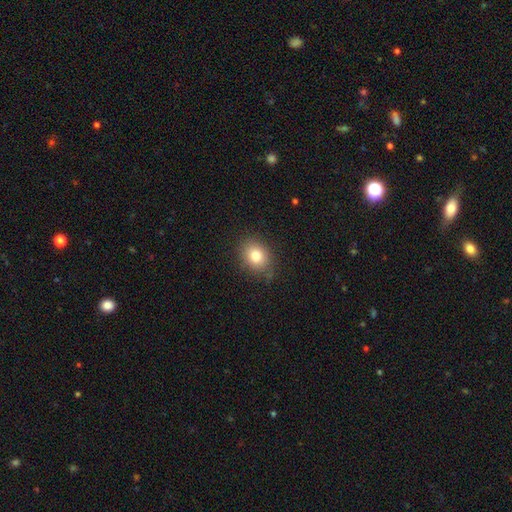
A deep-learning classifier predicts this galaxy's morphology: Smooth or featured? Predicted: smooth (p=0.80). How rounded? Predicted: in between (p=0.50). Merging? Predicted: none (p=0.79).